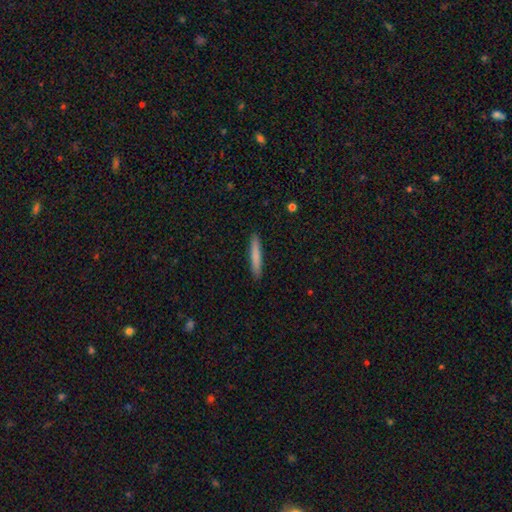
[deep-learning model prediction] smooth-or-featured: smooth: 80% | featured or disk: 15% | star or artifact: 6%
  how-rounded: cigar-shaped: 94% | in between: 4% | round: 1%
  merging: none: 91% | minor disturbance: 7% | major disturbance: 1% | merger: 1%